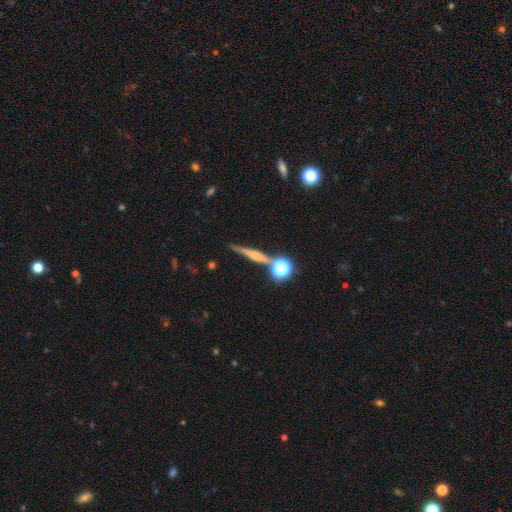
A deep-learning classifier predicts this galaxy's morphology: smooth_or_featured: featured or disk (p=0.55) [alt: smooth p=0.31]
disk_edge_on: yes (p=0.94) [alt: no p=0.06]
edge_on_bulge: rounded (p=0.68) [alt: boxy p=0.17]
merging: none (p=0.76) [alt: merger p=0.11]